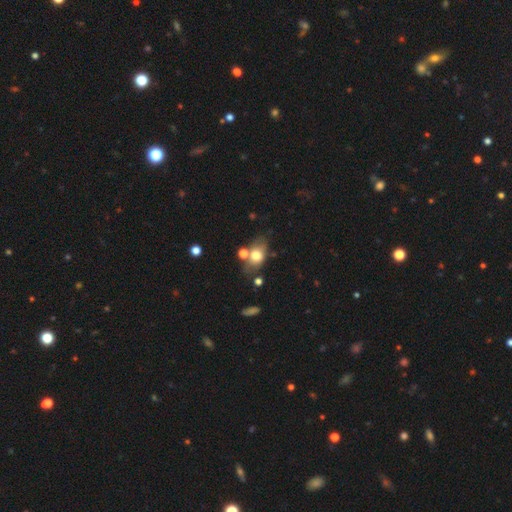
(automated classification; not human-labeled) Overall: smooth (68%). How rounded: in between (74%). Merging: none (57%; minor disturbance 20%).